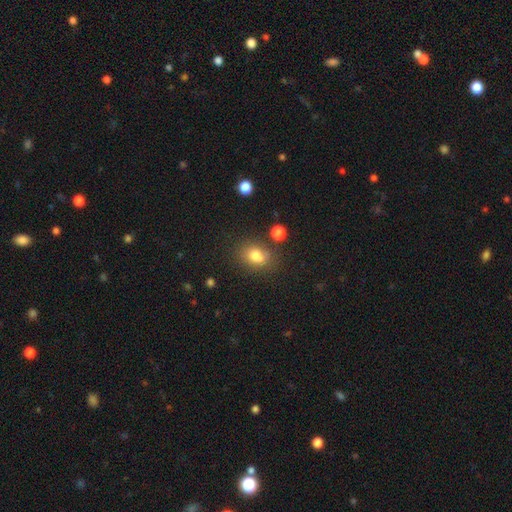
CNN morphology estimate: A smooth galaxy with no disk features (77%) that is in between round and cigar-shaped (58%). Merging: none (60%).